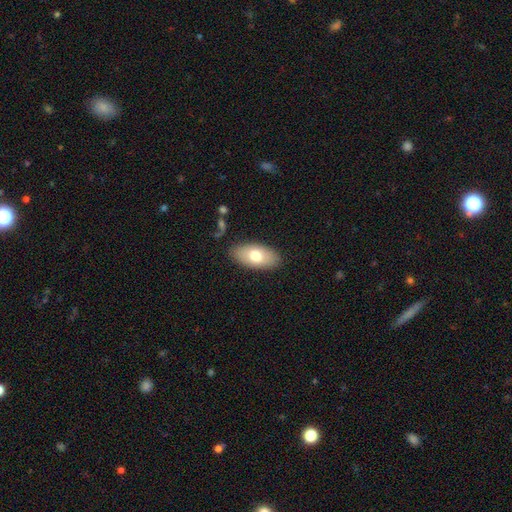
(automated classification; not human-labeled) Q: Smooth or featured?
A: smooth (71%); runner-up: featured or disk (22%)
Q: How rounded?
A: in between (93%); runner-up: cigar-shaped (4%)
Q: Merging?
A: none (85%); runner-up: minor disturbance (10%)